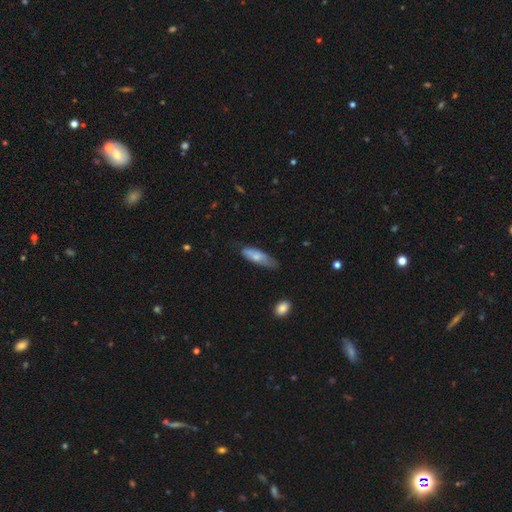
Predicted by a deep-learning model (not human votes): A smooth galaxy with no disk features (70%) that is in between round and cigar-shaped (52%). Merging: none (54%).